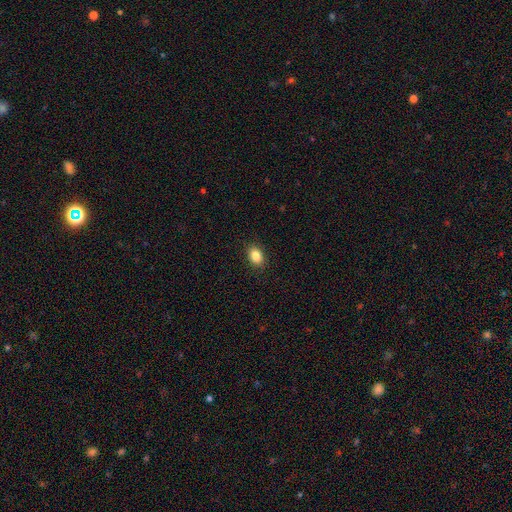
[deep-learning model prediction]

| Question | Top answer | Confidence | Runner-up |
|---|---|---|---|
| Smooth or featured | smooth | 86% | star or artifact (9%) |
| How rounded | in between | 80% | round (18%) |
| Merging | none | 89% | minor disturbance (8%) |